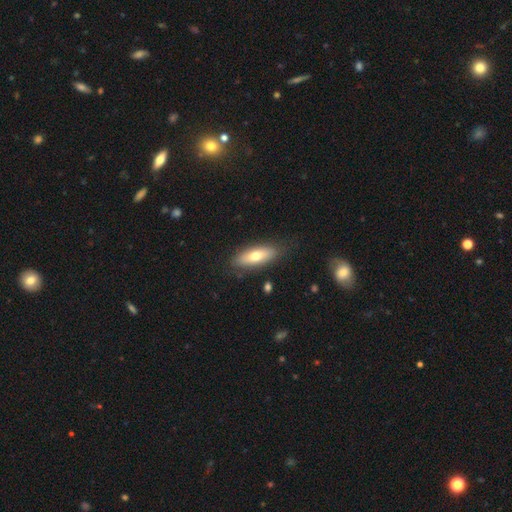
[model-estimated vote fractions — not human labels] Q: Smooth or featured?
A: smooth (65%); runner-up: featured or disk (29%)
Q: How rounded?
A: in between (65%); runner-up: cigar-shaped (33%)
Q: Merging?
A: none (83%); runner-up: minor disturbance (13%)